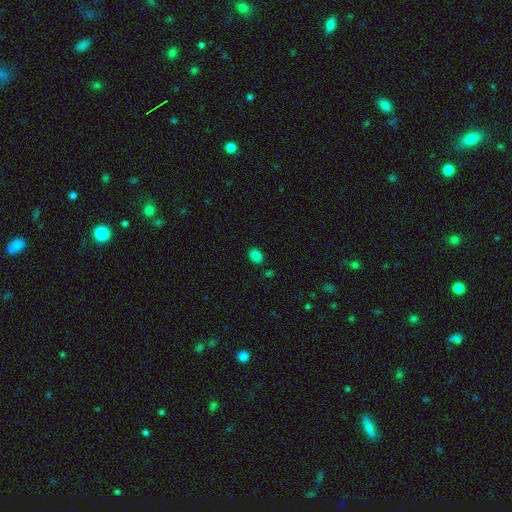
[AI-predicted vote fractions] smooth-or-featured: smooth: 83% | star or artifact: 13% | featured or disk: 4%
  how-rounded: in between: 75% | round: 24% | cigar-shaped: 1%
  merging: none: 85% | minor disturbance: 10% | merger: 3% | major disturbance: 3%